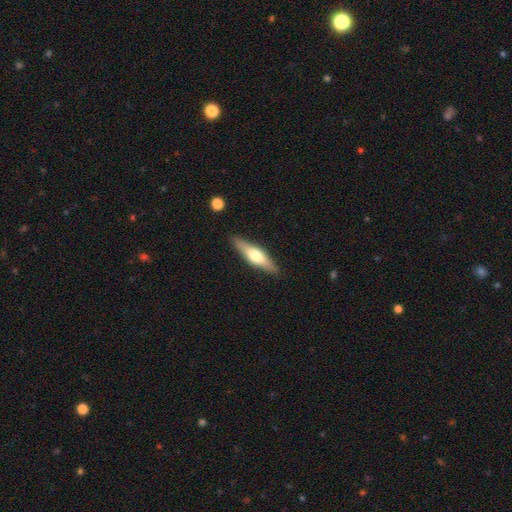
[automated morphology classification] The model was most divided on "smooth or featured": featured or disk: 50%, smooth: 45%, star or artifact: 5%. More confident: merging — none (88%).